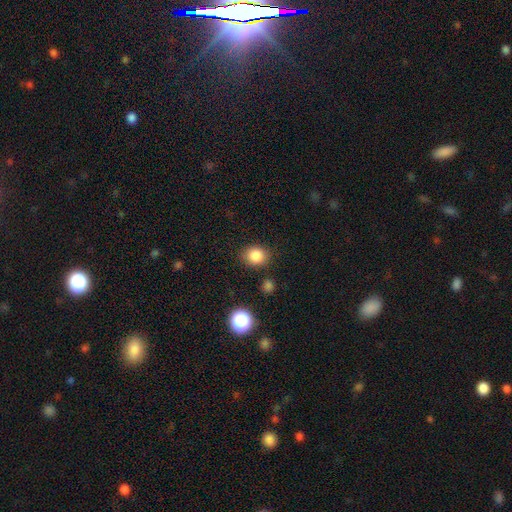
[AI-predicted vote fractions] A smooth galaxy with no disk features (85%) that is round (63%). Merging: none (83%).